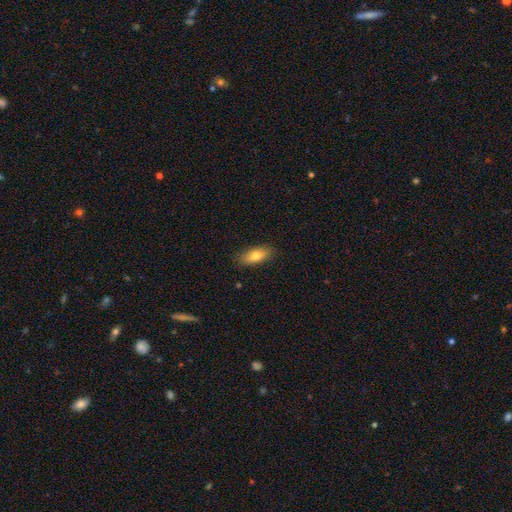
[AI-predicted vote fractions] A smooth galaxy with no disk features (74%) that is in between round and cigar-shaped (80%). Merging: none (85%).